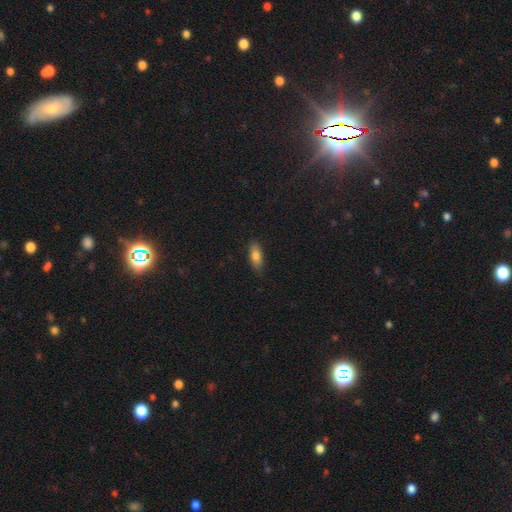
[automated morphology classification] A smooth galaxy with no disk features (78%) that is in between round and cigar-shaped (74%). Merging: none (85%).